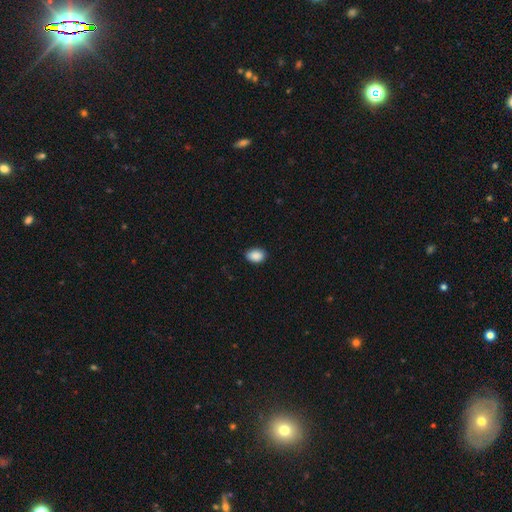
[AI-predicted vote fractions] Smooth or featured: smooth — 90% (star or artifact — 8%)
How rounded: in between — 78% (round — 21%)
Merging: none — 85% (minor disturbance — 12%)